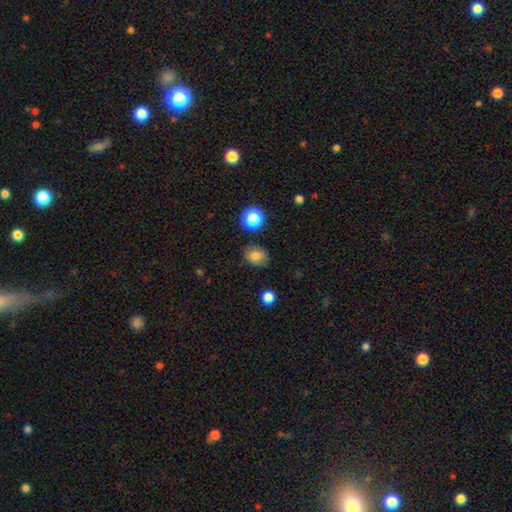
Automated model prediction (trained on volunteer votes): Q: Smooth or featured?
A: smooth (81%); runner-up: star or artifact (11%)
Q: How rounded?
A: in between (59%); runner-up: round (40%)
Q: Merging?
A: none (83%); runner-up: minor disturbance (12%)